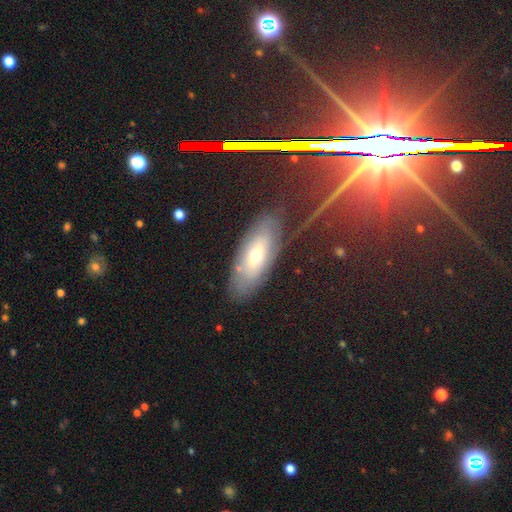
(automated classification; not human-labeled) The model was most divided on "smooth or featured" (2-way tie): featured or disk: 45%, smooth: 45%, star or artifact: 10%. More confident: merging — none (79%).